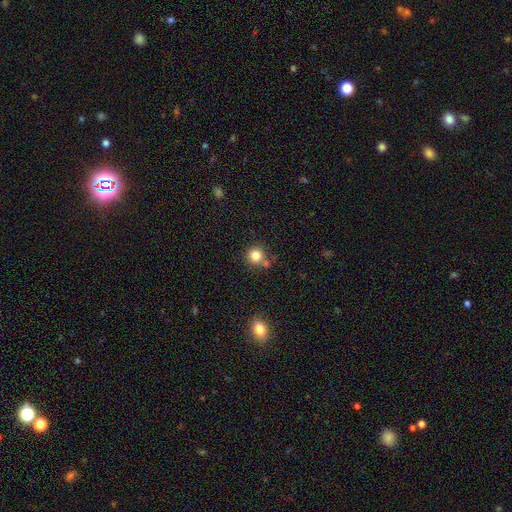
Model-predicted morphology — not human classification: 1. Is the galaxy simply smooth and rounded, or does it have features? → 82% smooth, 12% star or artifact, 6% featured or disk.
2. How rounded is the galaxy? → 93% round, 6% in between, 1% cigar-shaped.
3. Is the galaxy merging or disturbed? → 72% none, 15% merger, 10% minor disturbance, 3% major disturbance.